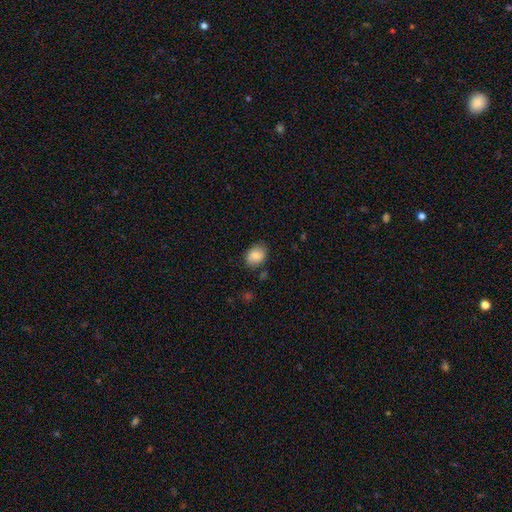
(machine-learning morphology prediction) Smooth or featured? Predicted: smooth (p=0.85). How rounded? Predicted: in between (p=0.54). Merging? Predicted: none (p=0.79).